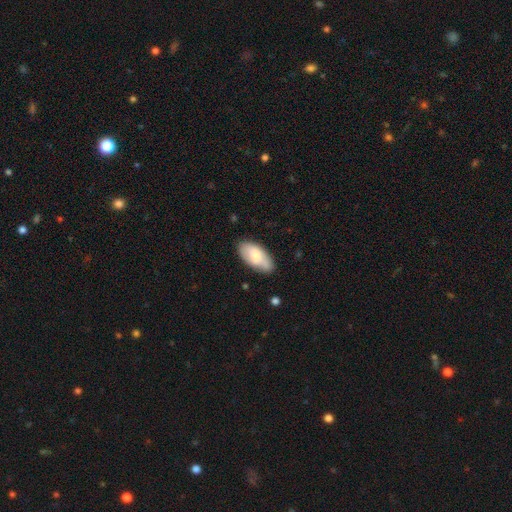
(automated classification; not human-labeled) Smooth or featured?
  - smooth: 72% *
  - featured or disk: 22%
  - star or artifact: 6%
How rounded?
  - in between: 93% *
  - cigar-shaped: 5%
  - round: 2%
Merging?
  - none: 74% *
  - minor disturbance: 20%
  - major disturbance: 4%
  - merger: 2%